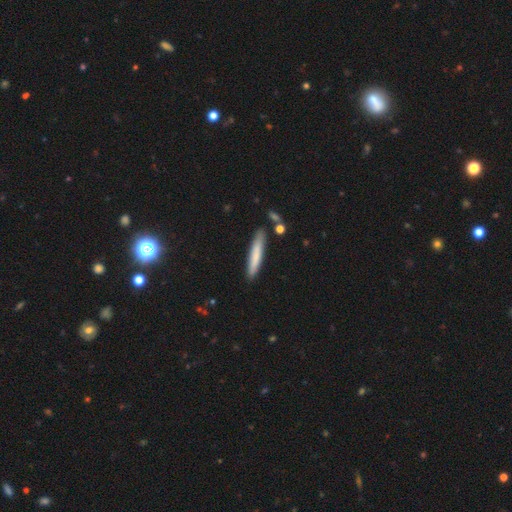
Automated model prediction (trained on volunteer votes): A smooth galaxy with no disk features (74%) that is cigar-shaped (93%). Merging: none (85%).